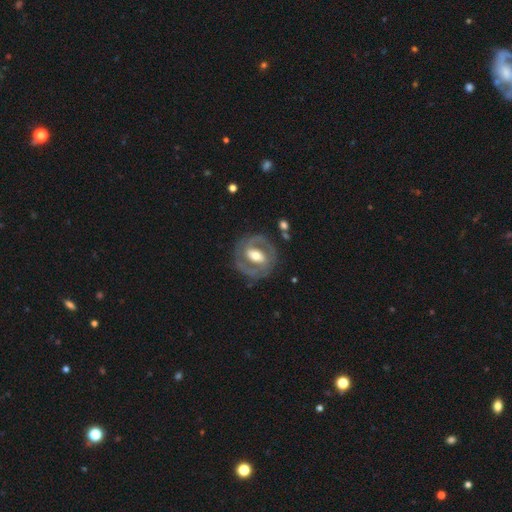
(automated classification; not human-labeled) Q: Smooth or featured?
A: featured or disk (81%); runner-up: smooth (14%)
Q: Edge-on disk?
A: no (97%); runner-up: yes (3%)
Q: Bar?
A: strong (40%); runner-up: weak (38%)
Q: Spiral arms?
A: yes (80%); runner-up: no (20%)
Q: Spiral winding?
A: tight (45%); runner-up: medium (42%)
Q: Spiral arm count?
A: 2 (85%); runner-up: can't tell (7%)
Q: Bulge size?
A: moderate (68%); runner-up: small (15%)
Q: Merging?
A: none (81%); runner-up: minor disturbance (11%)